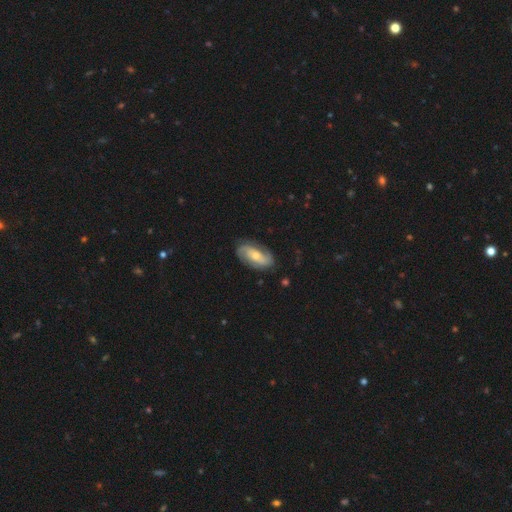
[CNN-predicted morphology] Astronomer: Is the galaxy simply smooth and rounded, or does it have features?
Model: featured or disk — 72%.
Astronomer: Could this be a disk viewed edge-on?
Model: no — 94%.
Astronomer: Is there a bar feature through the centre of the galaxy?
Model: no — 54% (runner-up: weak, 33%).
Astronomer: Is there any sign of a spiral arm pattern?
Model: yes — 91%.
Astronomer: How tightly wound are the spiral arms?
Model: medium — 40% (runner-up: tight, 34%).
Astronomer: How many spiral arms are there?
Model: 2 — 79%.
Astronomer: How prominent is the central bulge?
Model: moderate — 53% (runner-up: small, 41%).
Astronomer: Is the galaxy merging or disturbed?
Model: none — 79%.